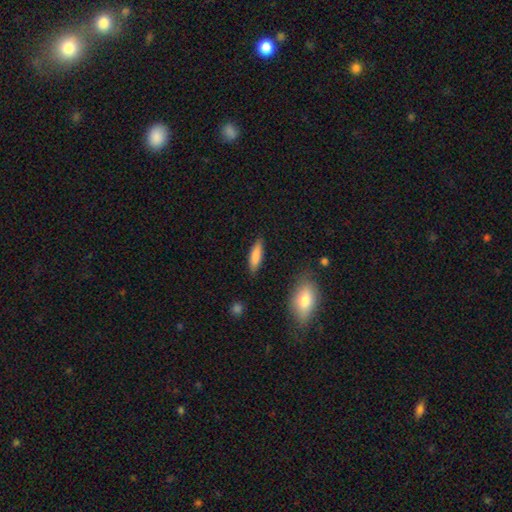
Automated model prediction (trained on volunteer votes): Morphology: type=smooth (83%); roundness=cigar-shaped (60%); merging=none (85%).